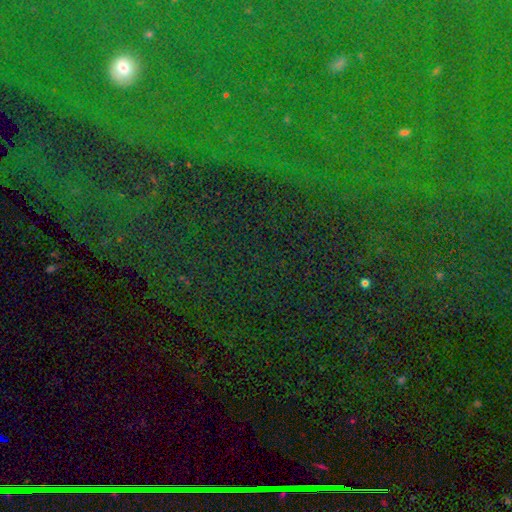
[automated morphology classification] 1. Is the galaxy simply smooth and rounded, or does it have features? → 80% star or artifact, 11% smooth, 10% featured or disk.